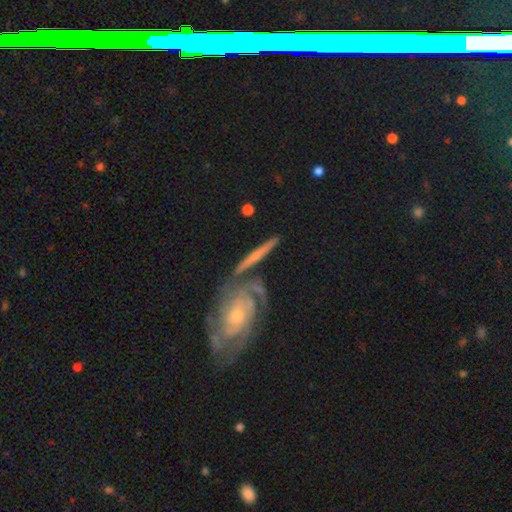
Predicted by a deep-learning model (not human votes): A featured or disk galaxy (67%) viewed edge-on (70%). Merging: none (63%).